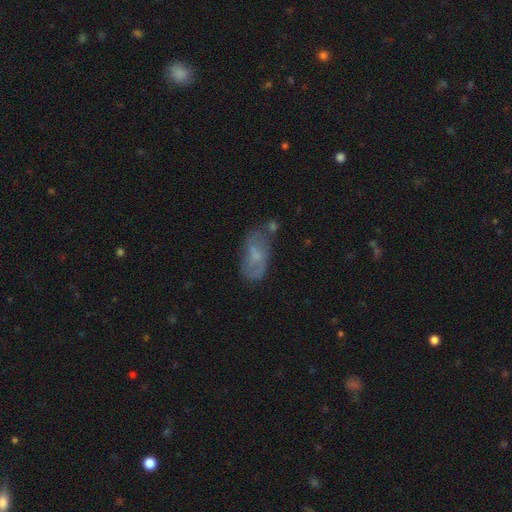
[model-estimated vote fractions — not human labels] Smooth or featured? featured or disk (46%)
Merging? none (52%)